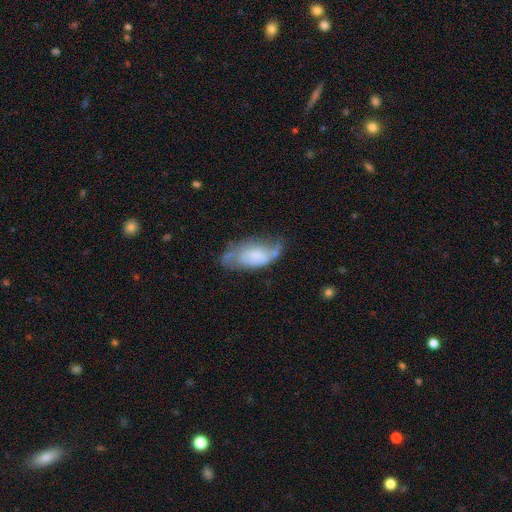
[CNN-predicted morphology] Smooth or featured?
  - featured or disk: 48% *
  - smooth: 44%
  - star or artifact: 8%
Merging?
  - none: 38% *
  - minor disturbance: 32%
  - major disturbance: 23%
  - merger: 6%